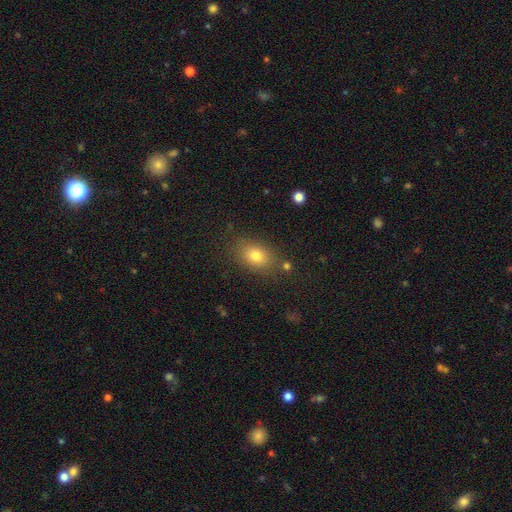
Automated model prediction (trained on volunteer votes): A smooth galaxy with no disk features (77%) that is in between round and cigar-shaped (75%). Merging: none (80%).